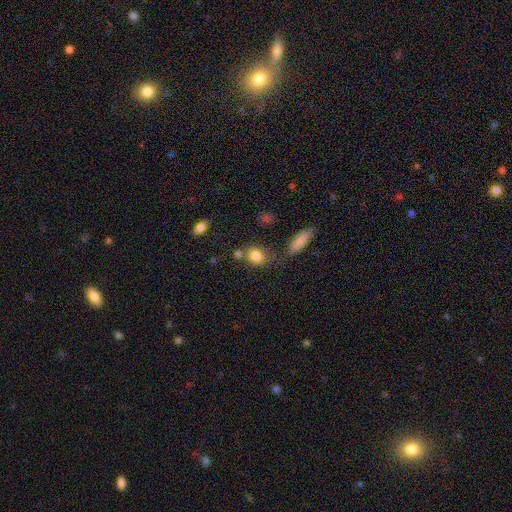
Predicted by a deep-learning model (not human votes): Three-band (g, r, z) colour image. It shows a smooth galaxy with no disk features (82%) that is round (57%). Merging: none (62%).